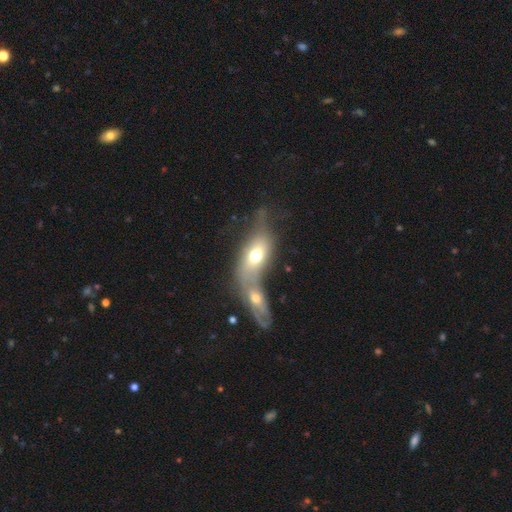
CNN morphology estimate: Smooth or featured? smooth (55%)
How rounded? in between (79%)
Merging? merger (61%)